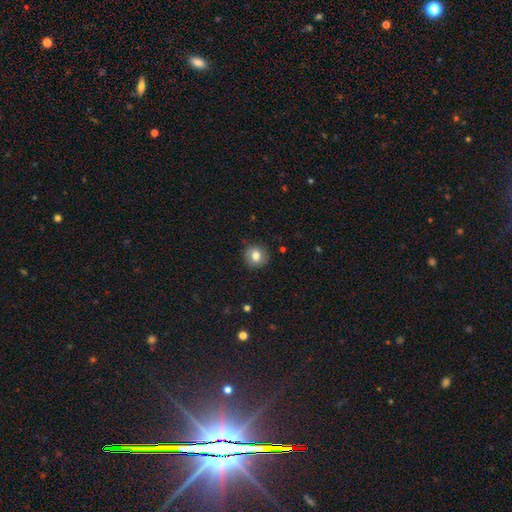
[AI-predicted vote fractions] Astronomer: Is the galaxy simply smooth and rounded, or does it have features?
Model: smooth — 78%.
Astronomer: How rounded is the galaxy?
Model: round — 88%.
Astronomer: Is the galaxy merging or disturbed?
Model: none — 87%.